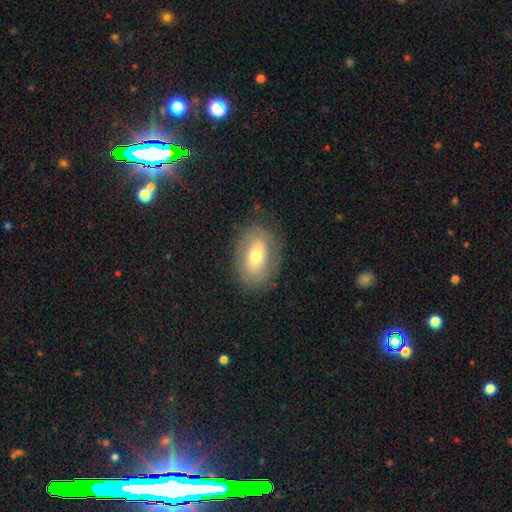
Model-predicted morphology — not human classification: Smooth or featured?
  - smooth: 49% *
  - featured or disk: 44%
  - star or artifact: 7%
Merging?
  - none: 77% *
  - minor disturbance: 15%
  - major disturbance: 7%
  - merger: 1%